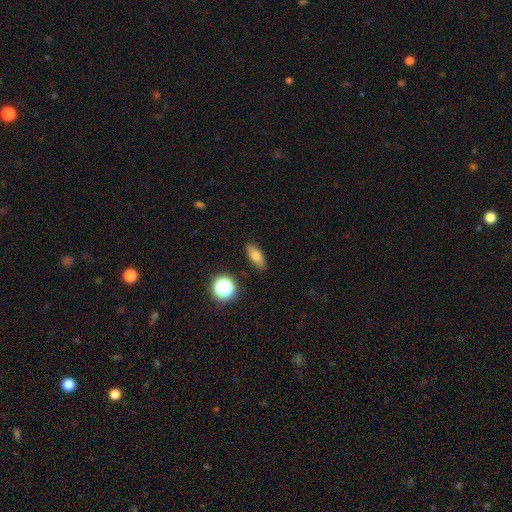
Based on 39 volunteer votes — This appears to be a smooth galaxy with no disk features (67%) that is in between round and cigar-shaped (85%). Merging: none (91%).